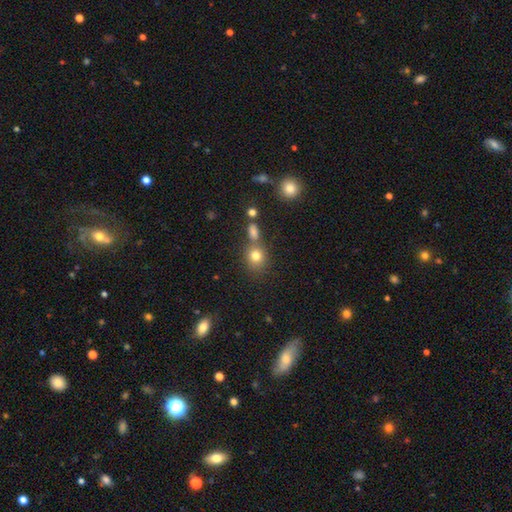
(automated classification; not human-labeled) Smooth or featured?
  - smooth: 78% *
  - star or artifact: 14%
  - featured or disk: 9%
How rounded?
  - round: 72% *
  - in between: 27%
  - cigar-shaped: 1%
Merging?
  - none: 60% *
  - merger: 23%
  - minor disturbance: 12%
  - major disturbance: 5%